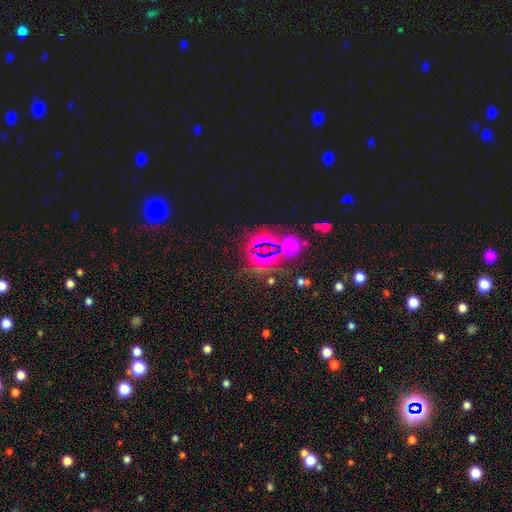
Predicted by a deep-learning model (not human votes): This is likely a star or artifact rather than a galaxy (75%).